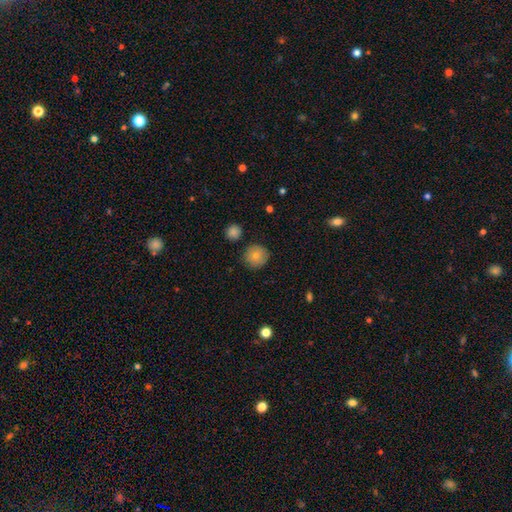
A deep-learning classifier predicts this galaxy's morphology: Smooth or featured? Predicted: smooth (p=0.78). How rounded? Predicted: round (p=0.93). Merging? Predicted: none (p=0.85).